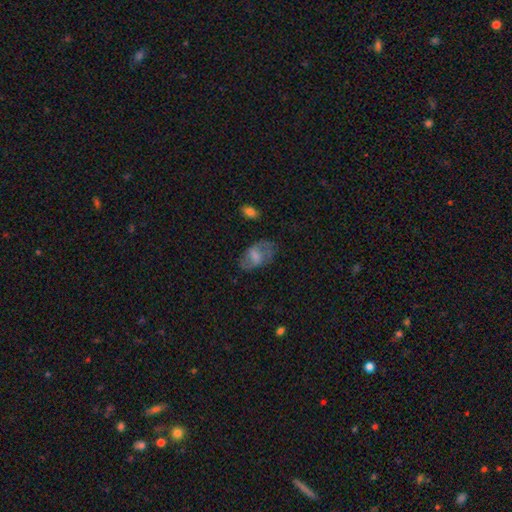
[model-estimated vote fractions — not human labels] smooth_or_featured: smooth (p=0.49) [alt: featured or disk p=0.42]
merging: none (p=0.61) [alt: minor disturbance p=0.23]